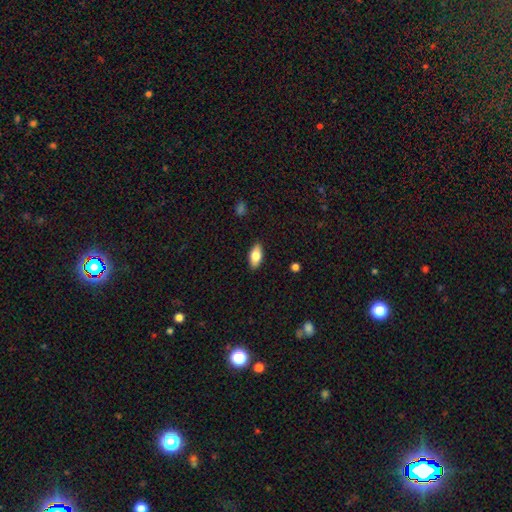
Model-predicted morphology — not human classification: This is clearly a smooth galaxy (80%). How rounded: clearly in between (89%). Merging: clearly none (89%).